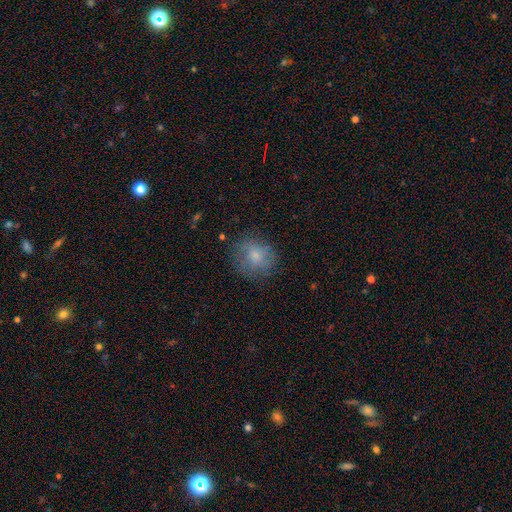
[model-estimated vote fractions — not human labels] Smooth or featured: smooth — 69% (featured or disk — 21%)
How rounded: round — 78% (in between — 21%)
Merging: none — 71% (minor disturbance — 19%)